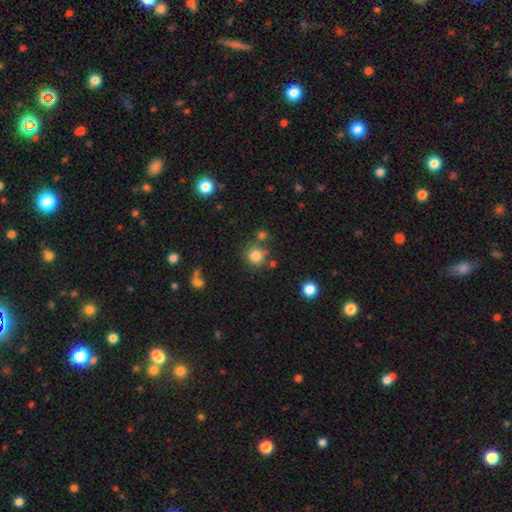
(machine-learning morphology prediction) A smooth galaxy with no disk features (83%) that is round (91%).

Vote fractions:
- Smooth or featured? smooth: 83% / star or artifact: 11% / featured or disk: 6%
- How rounded? round: 91% / in between: 8% / cigar-shaped: 1%
- Merging? none: 73% / merger: 12% / minor disturbance: 11% / major disturbance: 4%